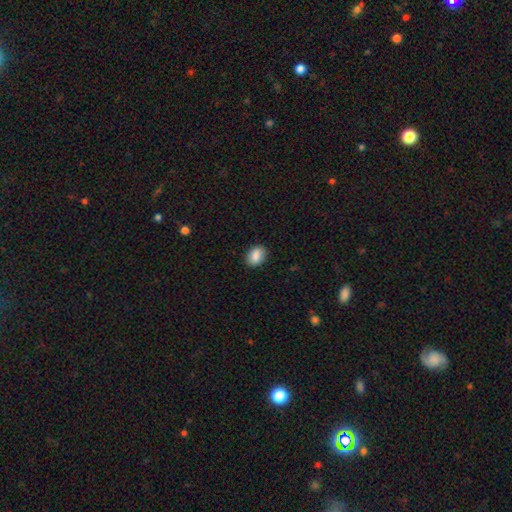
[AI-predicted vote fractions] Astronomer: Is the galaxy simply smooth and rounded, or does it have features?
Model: smooth — 86%.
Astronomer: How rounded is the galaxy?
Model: in between — 71%.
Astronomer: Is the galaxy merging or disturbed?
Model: none — 86%.